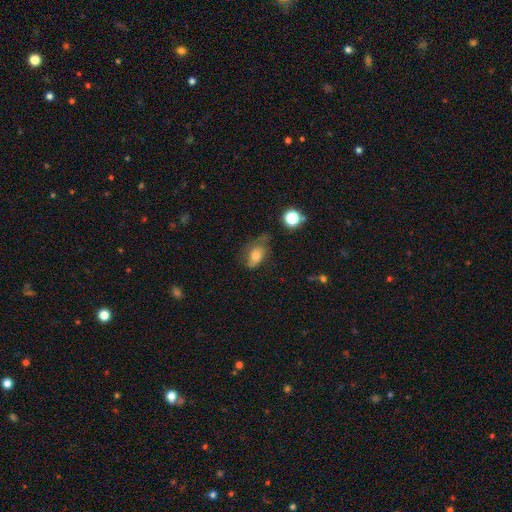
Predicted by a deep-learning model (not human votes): This is likely a smooth galaxy (64%). How rounded: clearly in between (84%). Merging: marginally none (41%).